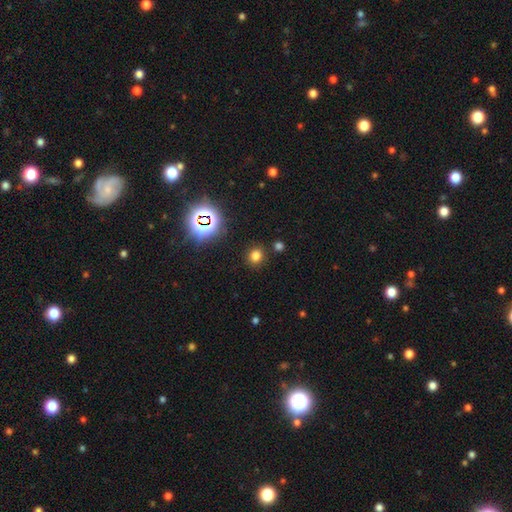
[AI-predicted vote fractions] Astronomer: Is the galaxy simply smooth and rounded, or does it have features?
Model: smooth — 74%.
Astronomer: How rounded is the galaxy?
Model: round — 81%.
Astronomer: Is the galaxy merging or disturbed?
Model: none — 87%.